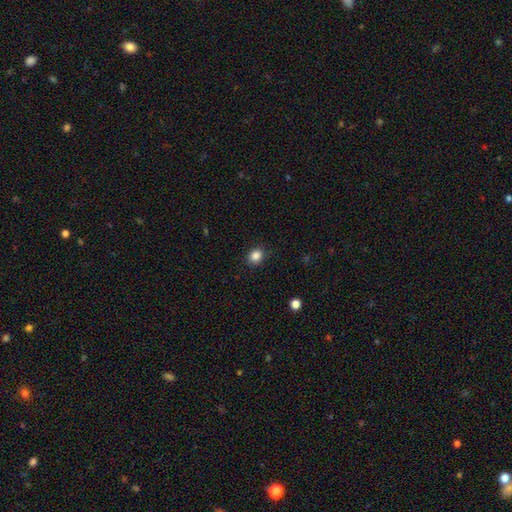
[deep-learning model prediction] The model was most divided on "how rounded": round: 67%, in between: 33%, cigar-shaped: 1%. More confident: merging — none (88%); smooth or featured — smooth (86%).